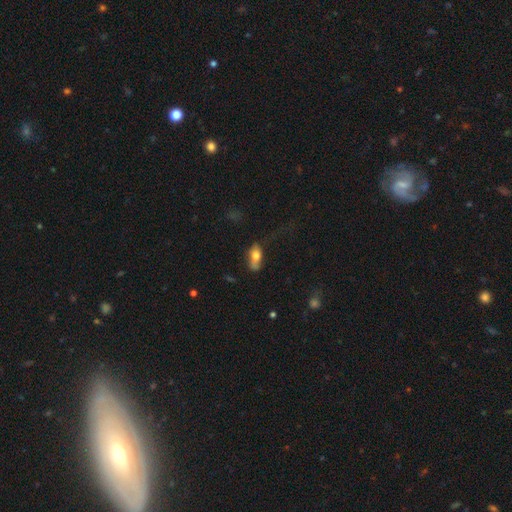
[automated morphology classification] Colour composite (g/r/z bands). It shows a smooth galaxy with no disk features (71%) that is in between round and cigar-shaped (79%). Merging: none (37%).